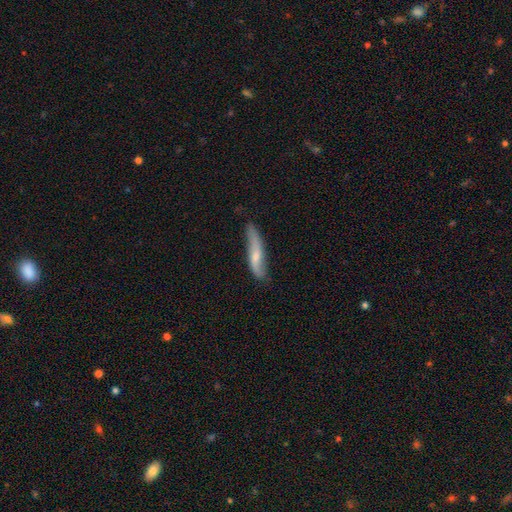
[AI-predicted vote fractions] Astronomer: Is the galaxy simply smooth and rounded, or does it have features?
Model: featured or disk — 54% (runner-up: smooth, 40%).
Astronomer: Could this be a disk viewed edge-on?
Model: no — 64%.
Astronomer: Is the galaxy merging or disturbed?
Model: none — 60%.